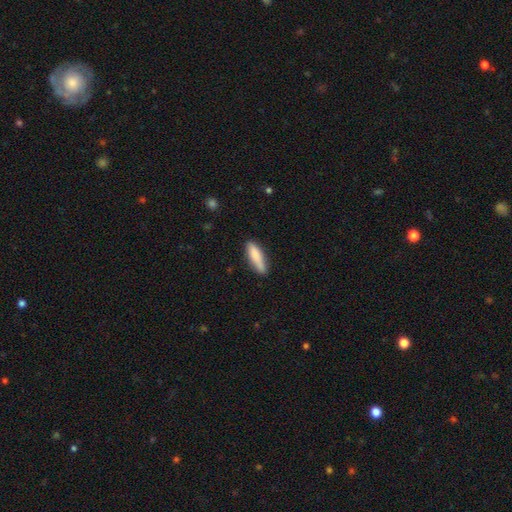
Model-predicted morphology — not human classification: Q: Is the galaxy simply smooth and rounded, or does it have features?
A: smooth — 83%.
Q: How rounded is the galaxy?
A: cigar-shaped — 68%.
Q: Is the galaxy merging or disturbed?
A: none — 78%.